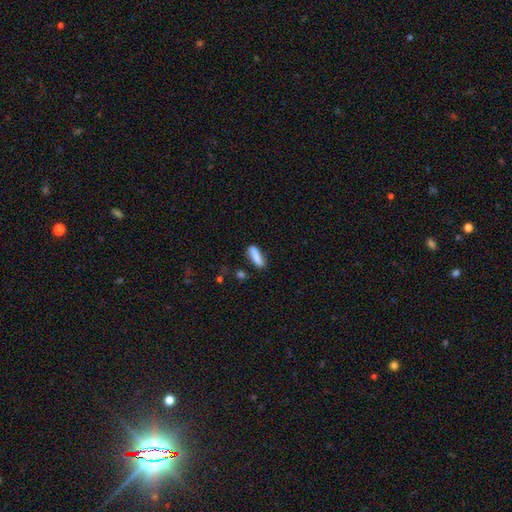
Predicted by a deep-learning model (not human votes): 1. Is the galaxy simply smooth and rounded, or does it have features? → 82% smooth, 10% featured or disk, 8% star or artifact.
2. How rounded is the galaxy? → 62% cigar-shaped, 35% in between, 2% round.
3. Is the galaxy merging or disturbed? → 66% none, 19% minor disturbance, 10% merger, 6% major disturbance.